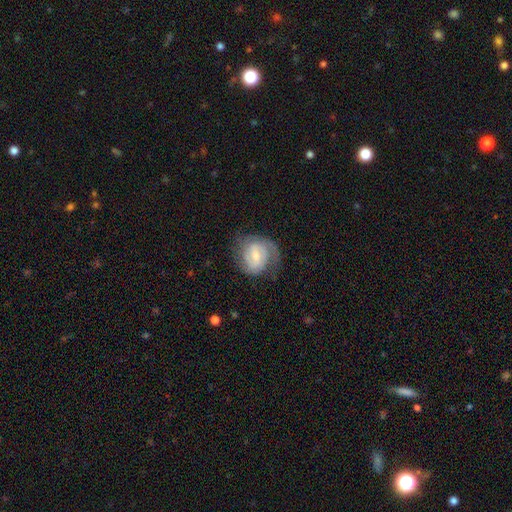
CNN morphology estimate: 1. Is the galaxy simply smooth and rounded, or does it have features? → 72% featured or disk, 22% smooth, 6% star or artifact.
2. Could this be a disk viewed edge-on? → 98% no, 2% yes.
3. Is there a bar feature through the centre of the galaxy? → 53% weak, 33% no, 14% strong.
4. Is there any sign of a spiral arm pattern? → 90% yes, 10% no.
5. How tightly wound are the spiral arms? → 49% tight, 38% medium, 14% loose.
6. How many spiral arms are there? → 64% 2, 19% can't tell, 7% 1, 6% 3, 2% 4, 2% more than 4.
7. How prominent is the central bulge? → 50% moderate, 44% small, 3% large, 2% none, 1% dominant.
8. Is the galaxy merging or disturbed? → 63% none, 22% minor disturbance, 13% major disturbance, 1% merger.